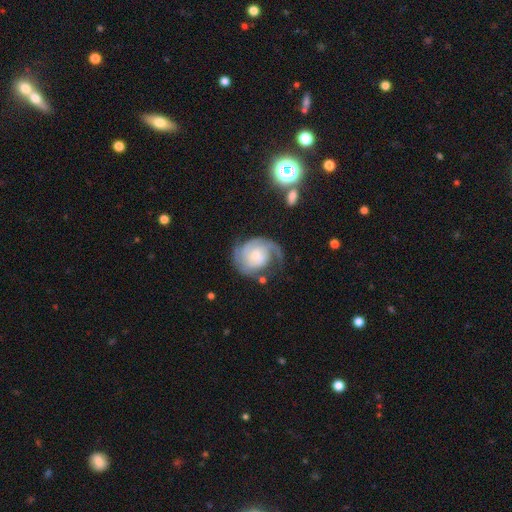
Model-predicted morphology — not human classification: Smooth or featured?
  - featured or disk: 77% *
  - smooth: 17%
  - star or artifact: 6%
Edge-on disk?
  - no: 98% *
  - yes: 2%
Bar?
  - no: 66% *
  - weak: 30%
  - strong: 5%
Spiral arms?
  - yes: 94% *
  - no: 6%
Spiral winding?
  - tight: 45% *
  - medium: 36%
  - loose: 19%
Spiral arm count?
  - 2: 38% *
  - 1: 27%
  - can't tell: 18%
  - 3: 11%
  - 4: 3%
  - more than 4: 3%
Bulge size?
  - small: 54% *
  - moderate: 32%
  - none: 6%
  - large: 6%
  - dominant: 2%
Merging?
  - none: 50% *
  - major disturbance: 24%
  - minor disturbance: 22%
  - merger: 5%